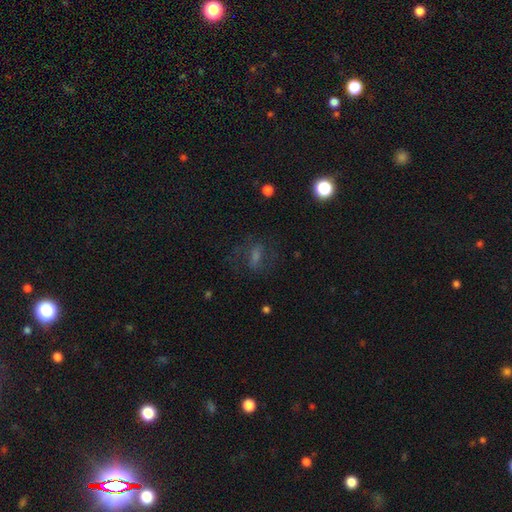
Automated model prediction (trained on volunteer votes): Overall: smooth (37%, tied with featured or disk). Merging: none (71%).